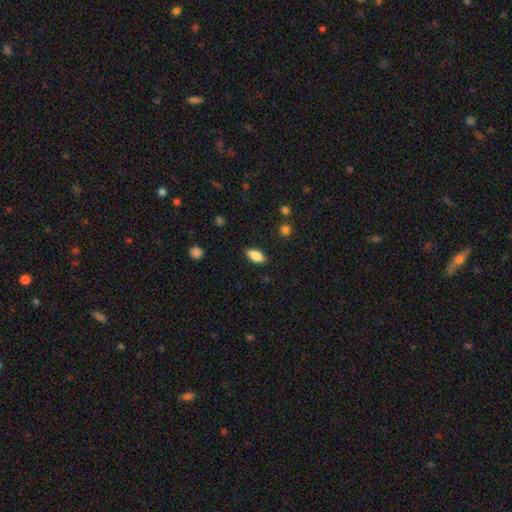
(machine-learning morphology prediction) Smooth or featured? Predicted: smooth (p=0.84). How rounded? Predicted: in between (p=0.87). Merging? Predicted: none (p=0.87).